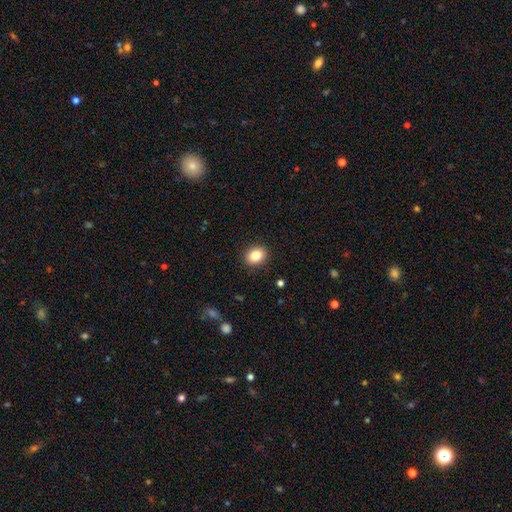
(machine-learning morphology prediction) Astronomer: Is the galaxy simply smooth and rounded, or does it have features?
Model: smooth — 84%.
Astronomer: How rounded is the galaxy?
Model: round — 53% (runner-up: in between, 46%).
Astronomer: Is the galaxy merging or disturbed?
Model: none — 90%.